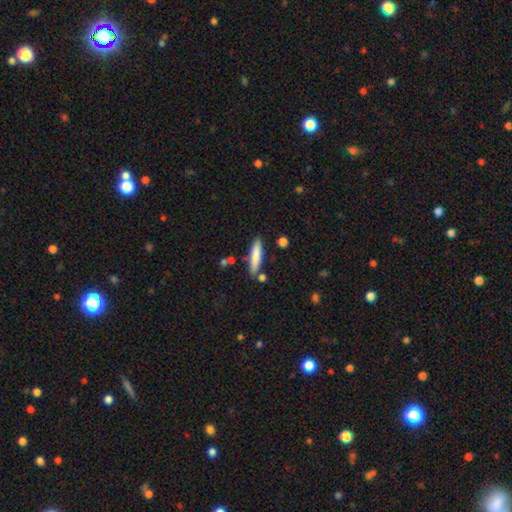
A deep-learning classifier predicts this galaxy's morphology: Smooth or featured? Predicted: smooth (p=0.79). How rounded? Predicted: cigar-shaped (p=0.82). Merging? Predicted: none (p=0.79).